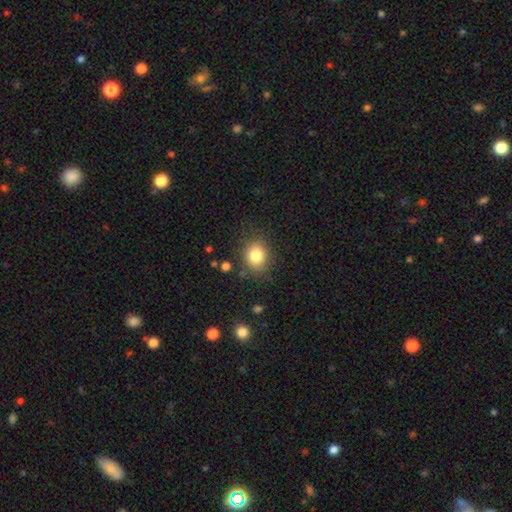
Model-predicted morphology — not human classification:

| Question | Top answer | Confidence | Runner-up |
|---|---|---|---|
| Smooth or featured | smooth | 81% | star or artifact (11%) |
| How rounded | round | 63% | in between (36%) |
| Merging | none | 82% | minor disturbance (12%) |